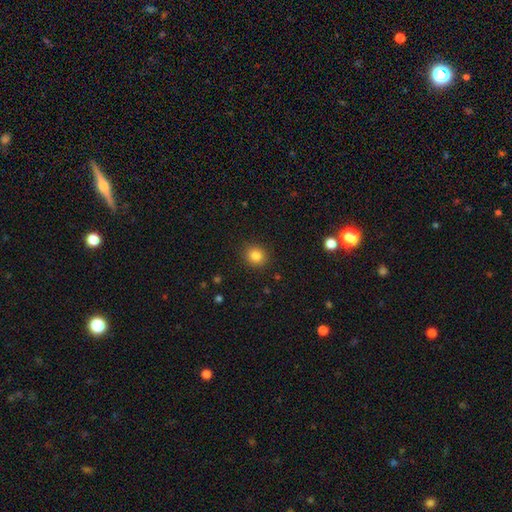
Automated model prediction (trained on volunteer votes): Overall: smooth (84%). How rounded: round (83%). Merging: none (90%).